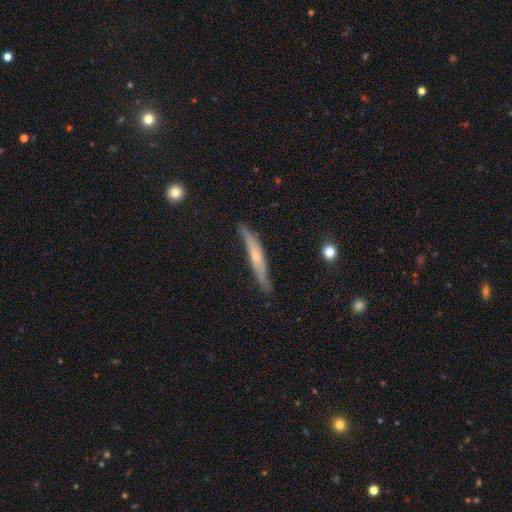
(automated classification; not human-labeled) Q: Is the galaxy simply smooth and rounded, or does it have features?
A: featured or disk — 58%.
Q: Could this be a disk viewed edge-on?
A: yes — 88%.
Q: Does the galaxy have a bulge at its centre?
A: rounded — 60%.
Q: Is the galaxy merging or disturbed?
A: none — 77%.